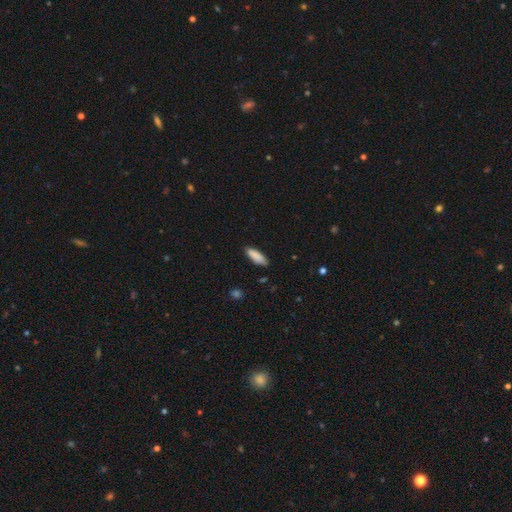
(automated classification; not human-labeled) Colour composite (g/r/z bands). It shows a smooth galaxy with no disk features (88%) that is in between round and cigar-shaped (56%). Merging: none (84%).